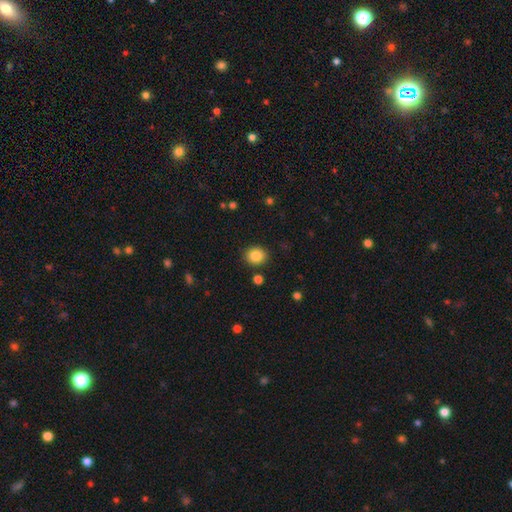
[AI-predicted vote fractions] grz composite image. It shows a smooth galaxy with no disk features (86%) that is round (74%). Merging: none (87%).